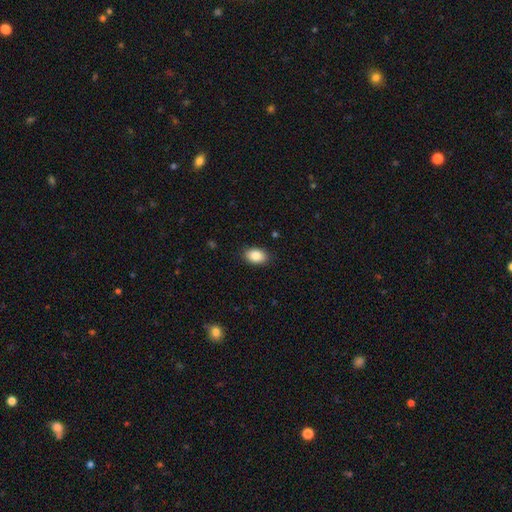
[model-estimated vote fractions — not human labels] Smooth or featured? smooth (87%)
How rounded? in between (88%)
Merging? none (88%)